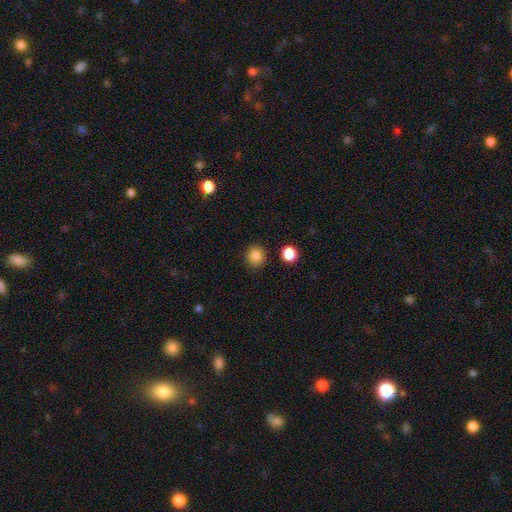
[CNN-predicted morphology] The model was most divided on "smooth or featured": smooth: 85%, star or artifact: 10%, featured or disk: 4%. More confident: how rounded — round (92%); merging — none (89%).